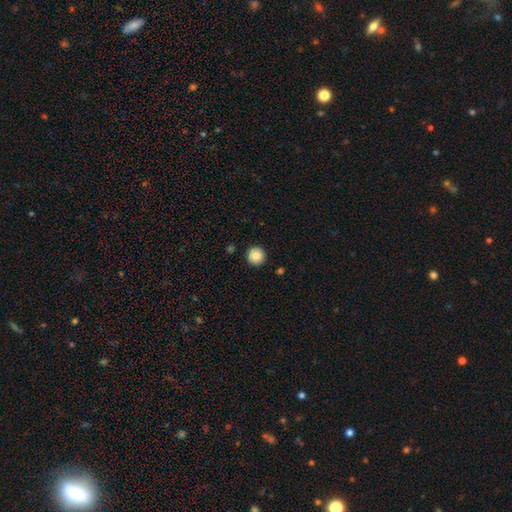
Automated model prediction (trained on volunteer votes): Morphology: type=smooth (86%); roundness=round (96%); merging=none (92%).